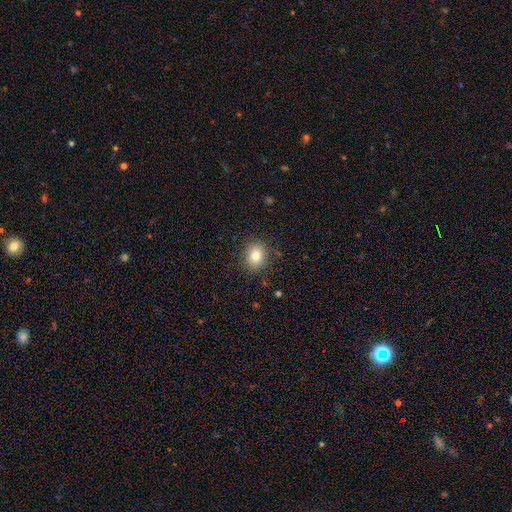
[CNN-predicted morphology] The model was most divided on "how rounded": round: 56%, in between: 43%, cigar-shaped: 1%. More confident: merging — none (87%); smooth or featured — smooth (81%).